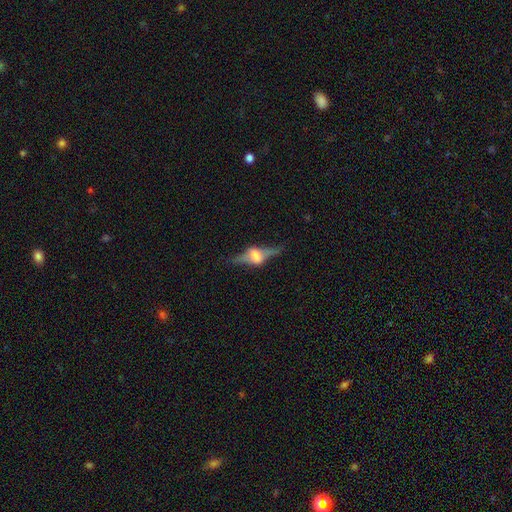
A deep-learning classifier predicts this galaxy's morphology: A featured or disk galaxy (77%) viewed edge-on (92%) with a rounded central bulge (85%). Merging: none (72%).